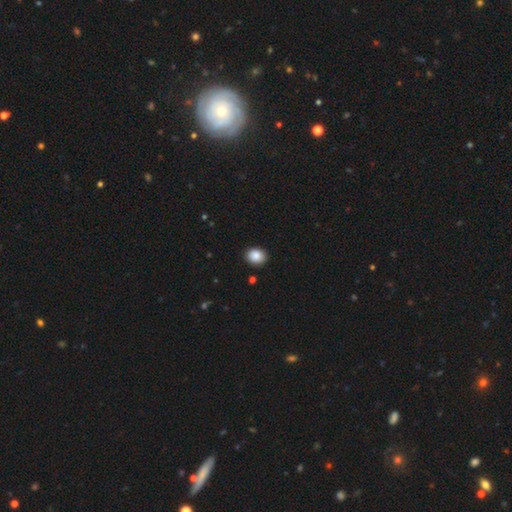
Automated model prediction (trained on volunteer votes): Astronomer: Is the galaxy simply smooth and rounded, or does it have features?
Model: smooth — 88%.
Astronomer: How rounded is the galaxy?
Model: round — 51% (runner-up: in between, 48%).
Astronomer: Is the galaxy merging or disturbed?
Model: none — 90%.